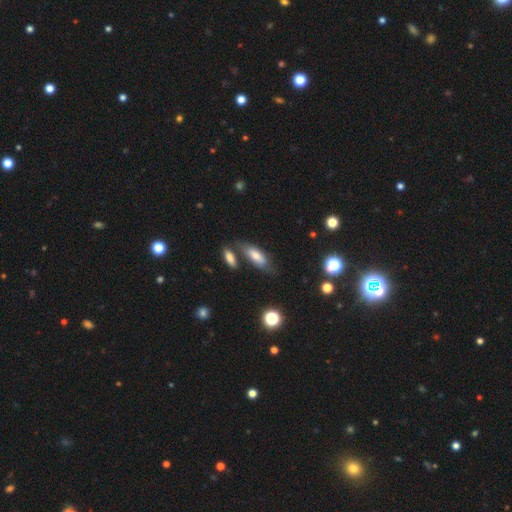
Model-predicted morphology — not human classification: A smooth galaxy with no disk features (69%) that is in between round and cigar-shaped (66%).

Vote fractions:
- Smooth or featured? smooth: 69% / featured or disk: 22% / star or artifact: 8%
- How rounded? in between: 66% / cigar-shaped: 31% / round: 3%
- Merging? none: 62% / minor disturbance: 19% / merger: 14% / major disturbance: 6%